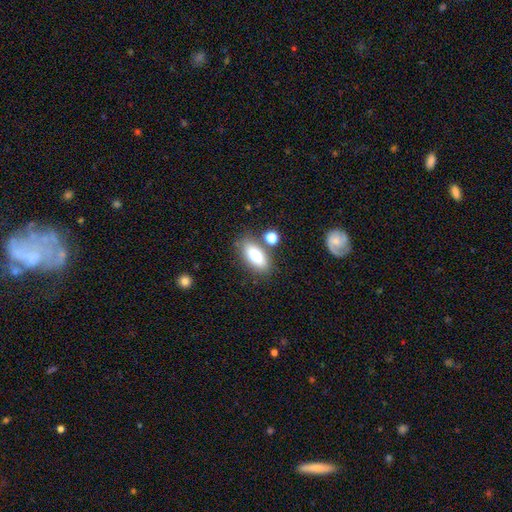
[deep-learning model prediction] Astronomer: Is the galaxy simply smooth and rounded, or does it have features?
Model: smooth — 73%.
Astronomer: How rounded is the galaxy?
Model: in between — 85%.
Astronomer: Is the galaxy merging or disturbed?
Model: none — 73%.